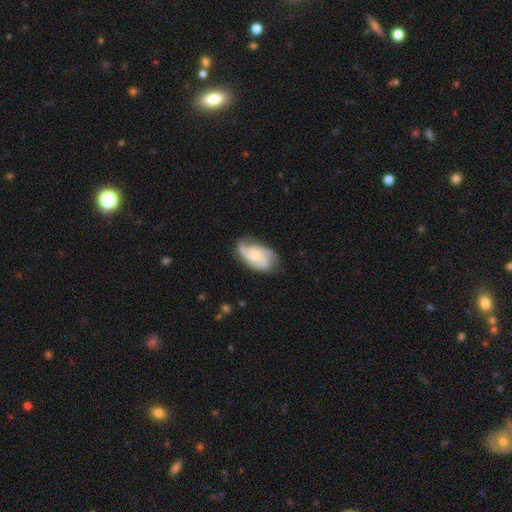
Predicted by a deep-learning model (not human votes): Smooth or featured? featured or disk (81%)
Edge-on disk? no (97%)
Bar? no (70%)
Spiral arms? yes (97%)
Spiral winding? medium (47%)
Spiral arm count? 3 (56%)
Bulge size? small (50%)
Merging? none (70%)